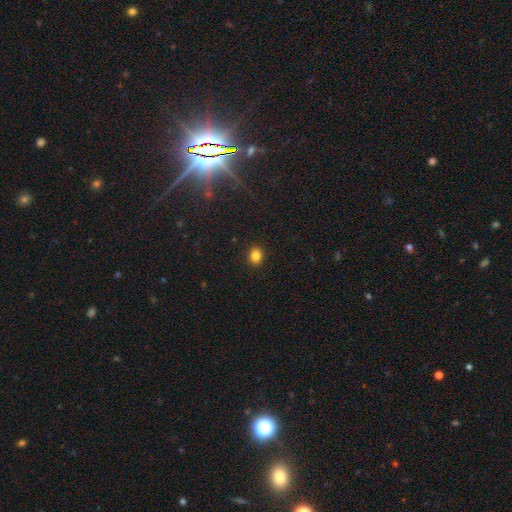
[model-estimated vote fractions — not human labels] The model was most divided on "how rounded": round: 54%, in between: 46%, cigar-shaped: 1%. More confident: merging — none (90%); smooth or featured — smooth (84%).